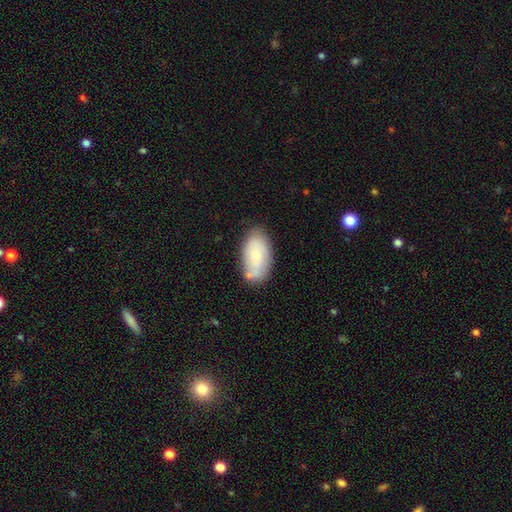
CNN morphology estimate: smooth_or_featured: smooth (p=0.65) [alt: featured or disk p=0.29]
how_rounded: in between (p=0.94) [alt: round p=0.04]
merging: none (p=0.66) [alt: minor disturbance p=0.21]